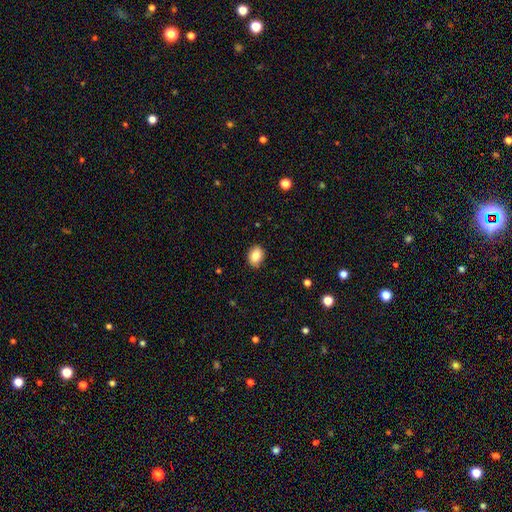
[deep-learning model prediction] smooth 84%, star or artifact 8%, featured or disk 8%. Down the decision tree: how rounded — in between (67%); merging — none (89%).